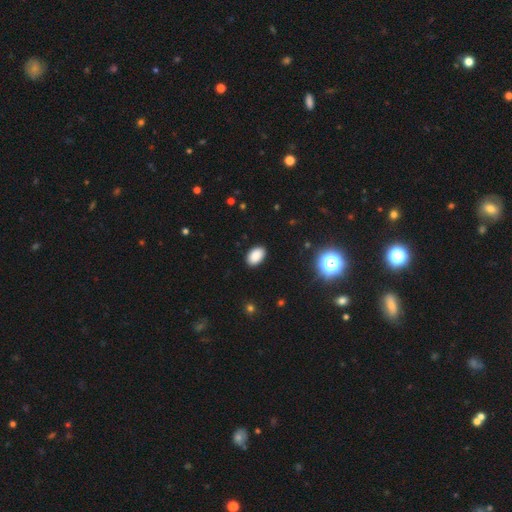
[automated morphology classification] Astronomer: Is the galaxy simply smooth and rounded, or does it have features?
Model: smooth — 87%.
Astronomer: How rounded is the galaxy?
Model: in between — 90%.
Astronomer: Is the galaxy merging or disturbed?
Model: none — 89%.